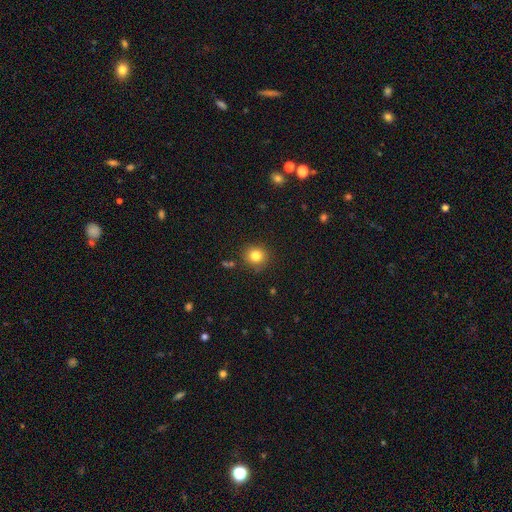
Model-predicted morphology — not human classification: A smooth galaxy with no disk features (81%) that is round (89%).

Vote fractions:
- Smooth or featured? smooth: 81% / star or artifact: 12% / featured or disk: 7%
- How rounded? round: 89% / in between: 10% / cigar-shaped: 1%
- Merging? none: 88% / minor disturbance: 8% / major disturbance: 2% / merger: 2%